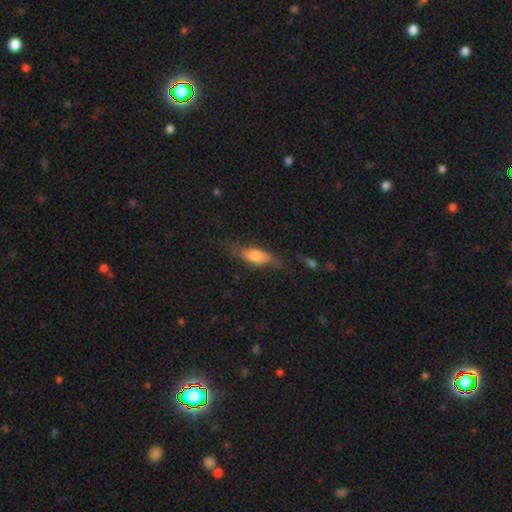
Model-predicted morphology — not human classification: type=smooth (59%); roundness=in between (53%); merging=none (67%).